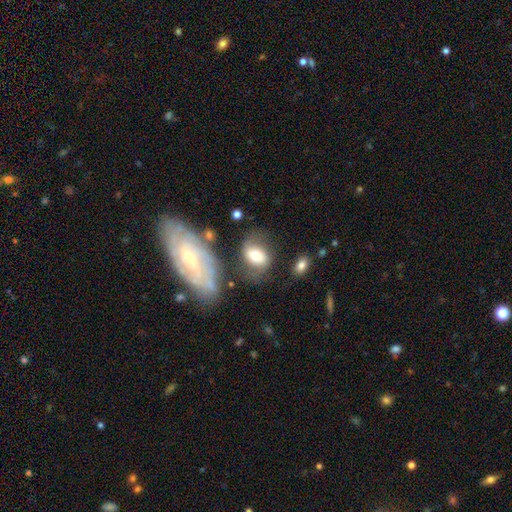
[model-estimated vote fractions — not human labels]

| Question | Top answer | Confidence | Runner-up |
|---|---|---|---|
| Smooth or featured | smooth | 58% | featured or disk (34%) |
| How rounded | in between | 69% | round (29%) |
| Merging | none | 50% | minor disturbance (24%) |